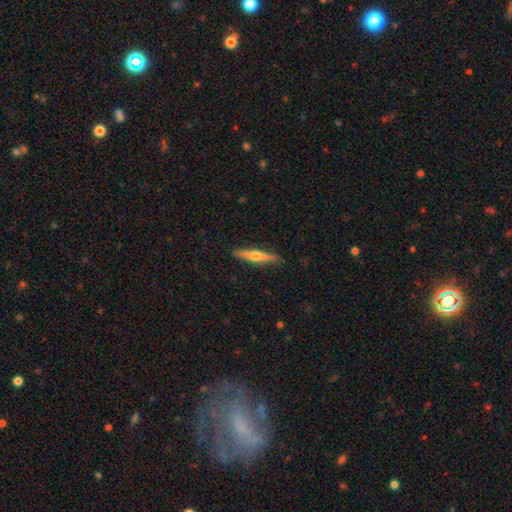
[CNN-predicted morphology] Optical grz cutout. It shows a featured or disk galaxy (55%) viewed edge-on (96%) with a rounded central bulge (89%). Merging: none (90%).